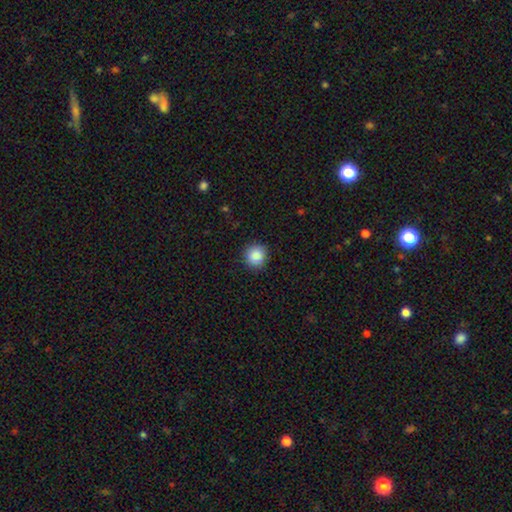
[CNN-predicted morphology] Smooth or featured: smooth — 88% (star or artifact — 9%)
How rounded: round — 92% (in between — 7%)
Merging: none — 88% (minor disturbance — 8%)